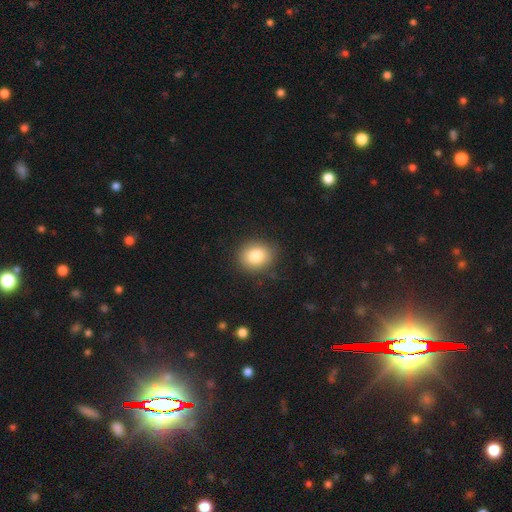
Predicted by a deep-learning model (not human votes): Smooth or featured? Predicted: smooth (p=0.83). How rounded? Predicted: round (p=0.63). Merging? Predicted: none (p=0.85).